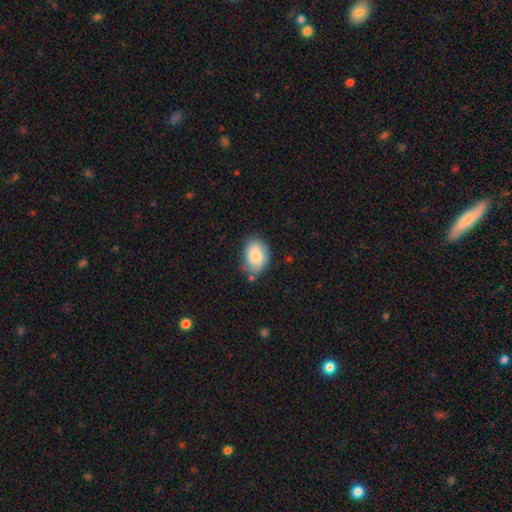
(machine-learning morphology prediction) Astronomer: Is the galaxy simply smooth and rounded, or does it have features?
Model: smooth — 82%.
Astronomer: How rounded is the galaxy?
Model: in between — 85%.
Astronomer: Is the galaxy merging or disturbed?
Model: none — 72%.